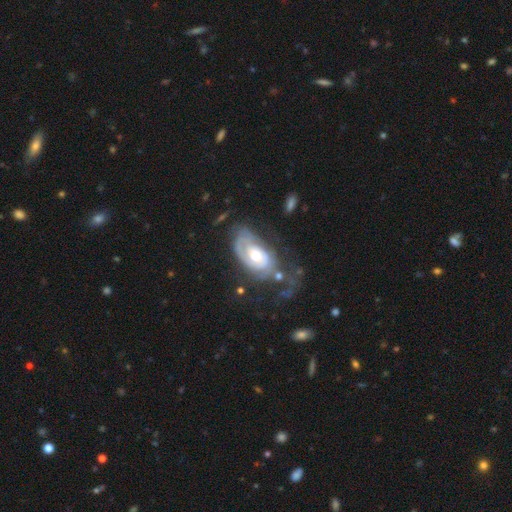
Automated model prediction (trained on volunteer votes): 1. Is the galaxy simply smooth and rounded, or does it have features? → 83% featured or disk, 12% smooth, 5% star or artifact.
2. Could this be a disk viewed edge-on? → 96% no, 4% yes.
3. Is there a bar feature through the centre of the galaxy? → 70% no, 24% weak, 6% strong.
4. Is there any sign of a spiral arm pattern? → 89% yes, 11% no.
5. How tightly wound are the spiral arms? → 68% tight, 23% medium, 9% loose.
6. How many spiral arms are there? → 37% 2, 31% can't tell, 20% 1, 7% 3, 3% 4, 3% more than 4.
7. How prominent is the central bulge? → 69% moderate, 18% small, 10% large, 1% dominant, 1% none.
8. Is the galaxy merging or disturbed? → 45% none, 27% major disturbance, 24% minor disturbance, 5% merger.